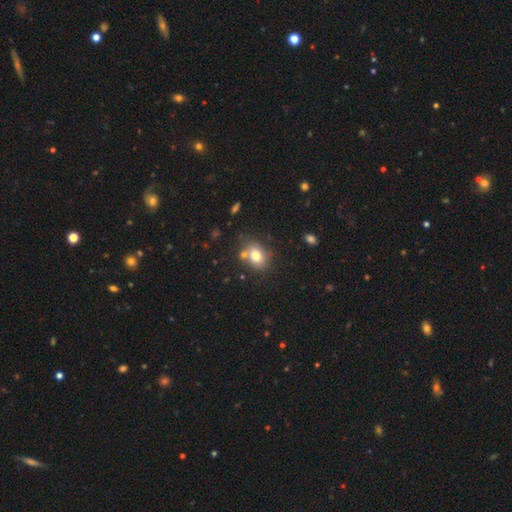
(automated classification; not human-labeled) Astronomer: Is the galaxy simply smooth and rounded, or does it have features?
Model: smooth — 76%.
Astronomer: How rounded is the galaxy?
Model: in between — 56% (runner-up: round, 43%).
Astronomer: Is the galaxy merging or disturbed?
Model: none — 67%.